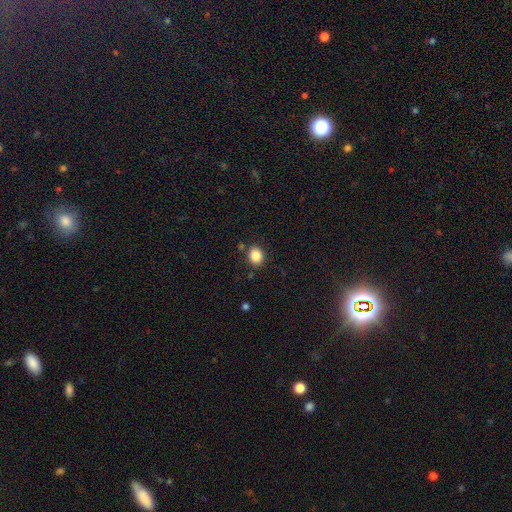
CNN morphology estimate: This is clearly a smooth galaxy (86%). How rounded: possibly round (59%). Merging: clearly none (84%).